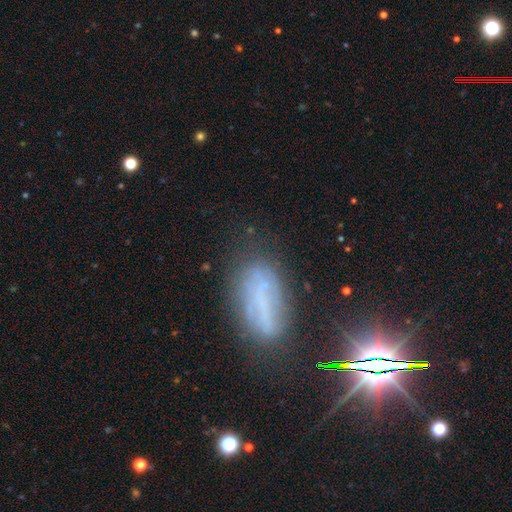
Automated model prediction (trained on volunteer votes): The model was most divided on "smooth or featured": smooth: 35%, featured or disk: 33%, star or artifact: 32%. More confident: merging — none (63%).